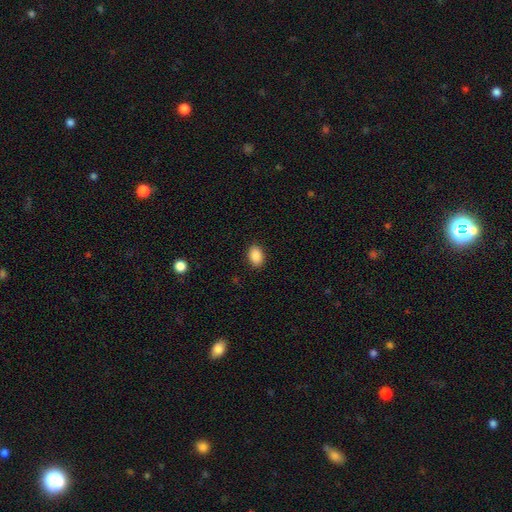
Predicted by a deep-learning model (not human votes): A smooth galaxy with no disk features (89%) that is in between round and cigar-shaped (81%). Merging: none (89%).